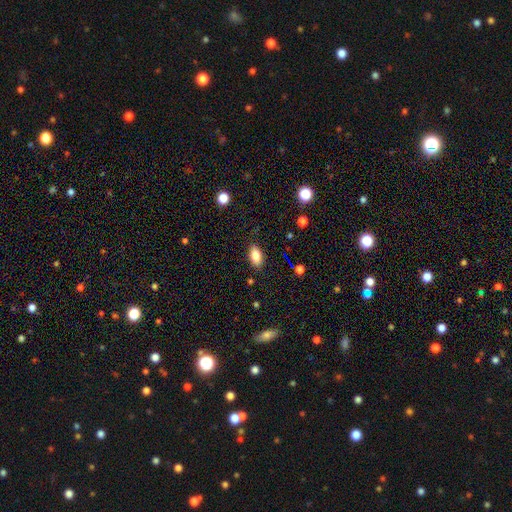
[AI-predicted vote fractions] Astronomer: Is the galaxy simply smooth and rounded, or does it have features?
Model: smooth — 84%.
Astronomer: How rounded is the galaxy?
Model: in between — 91%.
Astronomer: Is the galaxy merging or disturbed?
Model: none — 86%.